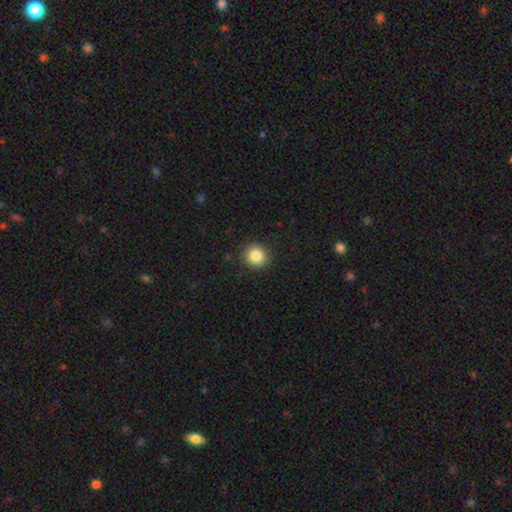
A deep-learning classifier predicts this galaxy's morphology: A smooth galaxy with no disk features (86%) that is round (92%).

Vote fractions:
- Smooth or featured? smooth: 86% / star or artifact: 10% / featured or disk: 5%
- How rounded? round: 92% / in between: 7% / cigar-shaped: 1%
- Merging? none: 91% / minor disturbance: 6% / major disturbance: 2% / merger: 1%